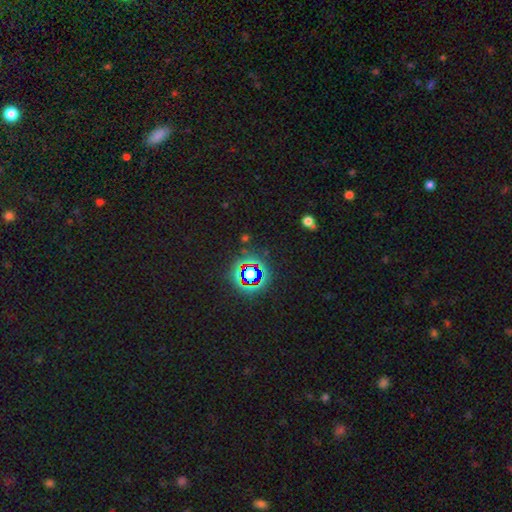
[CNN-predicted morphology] A star or artifact, not a galaxy (76%).

Vote fractions:
- Smooth or featured? star or artifact: 76% / smooth: 15% / featured or disk: 9%